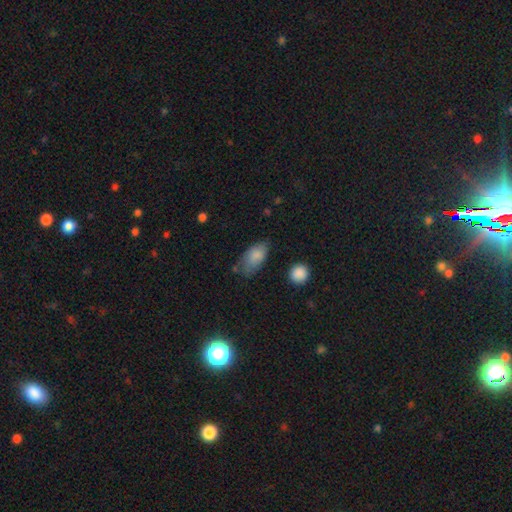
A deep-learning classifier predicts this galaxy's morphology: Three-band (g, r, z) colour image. It shows a smooth galaxy with no disk features (82%) that is in between round and cigar-shaped (91%). Merging: none (52%).